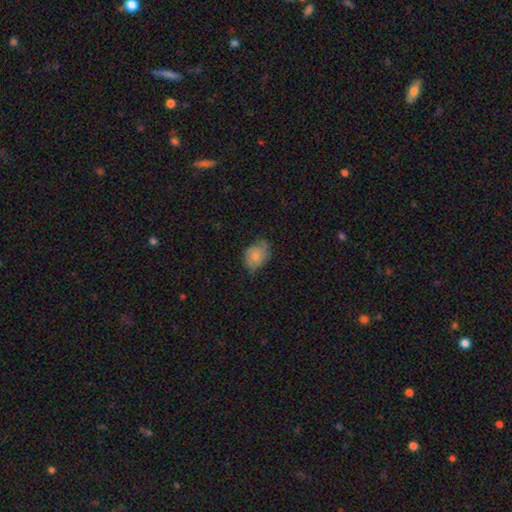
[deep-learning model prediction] The model was most divided on "merging": none: 53%, minor disturbance: 36%, major disturbance: 10%, merger: 1%. More confident: how rounded — in between (73%); smooth or featured — smooth (69%).